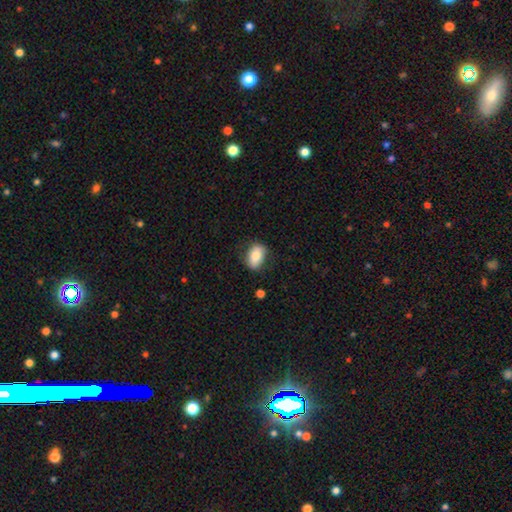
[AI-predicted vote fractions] Smooth or featured? Predicted: smooth (p=0.77). How rounded? Predicted: in between (p=0.84). Merging? Predicted: none (p=0.76).